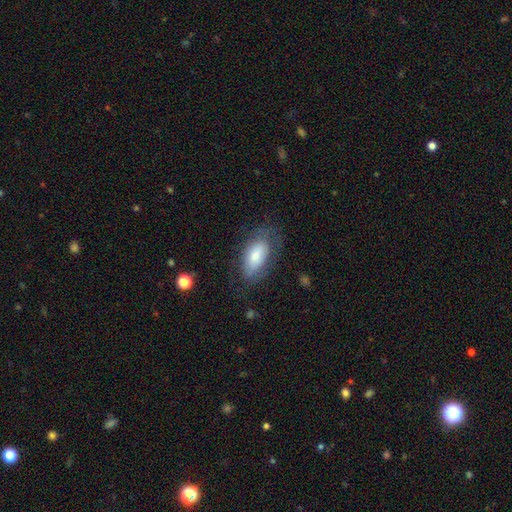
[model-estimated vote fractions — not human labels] This appears to be a smooth galaxy with no disk features (71%) that is in between round and cigar-shaped (92%). Merging: none (64%).